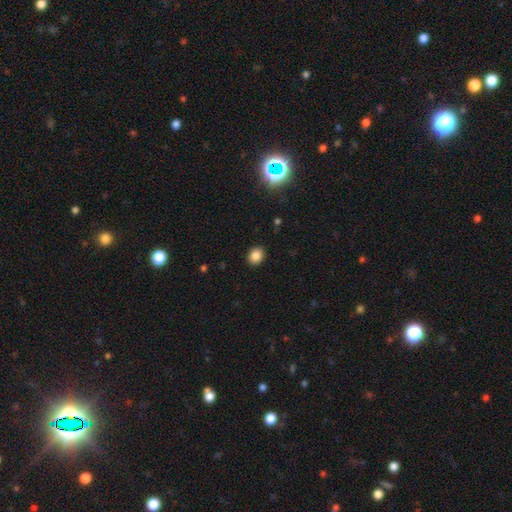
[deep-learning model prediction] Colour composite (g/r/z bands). It shows a smooth galaxy with no disk features (85%) that is round (50%). Merging: none (90%).